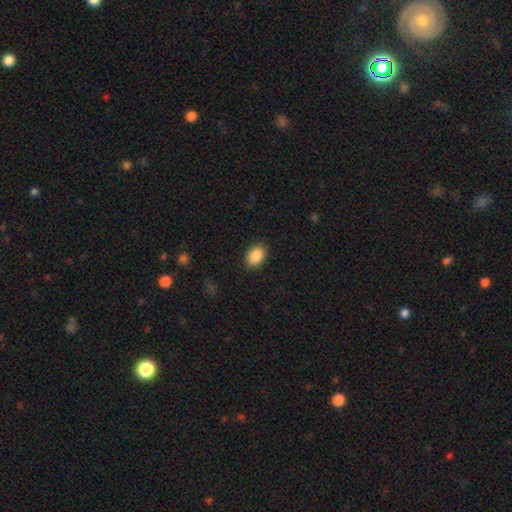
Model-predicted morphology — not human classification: Smooth or featured: smooth — 88% (star or artifact — 8%)
How rounded: in between — 83% (round — 16%)
Merging: none — 89% (minor disturbance — 8%)